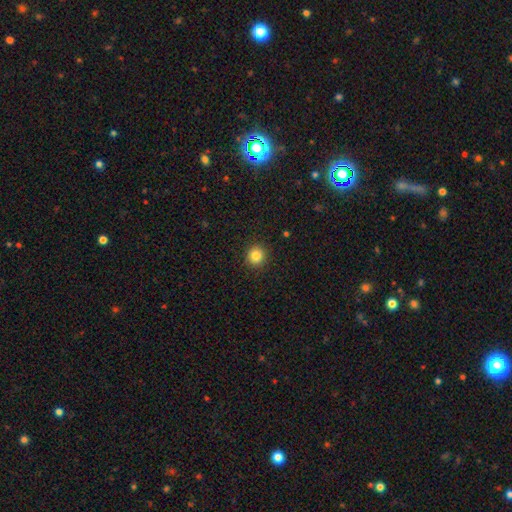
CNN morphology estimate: Smooth or featured? Predicted: smooth (p=0.83). How rounded? Predicted: round (p=0.93). Merging? Predicted: none (p=0.92).